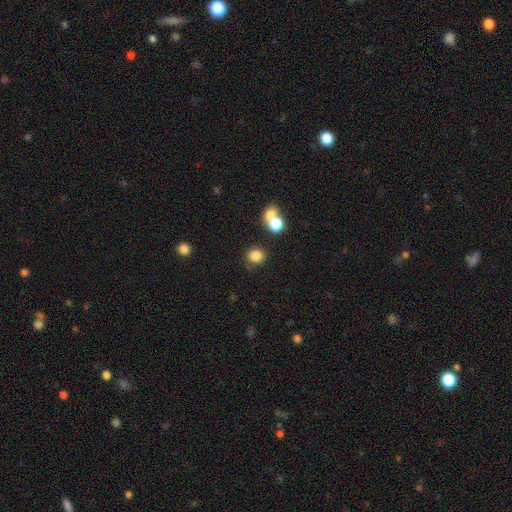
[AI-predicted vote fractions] This appears to be a smooth galaxy with no disk features (83%) that is round (81%). Merging: none (76%).